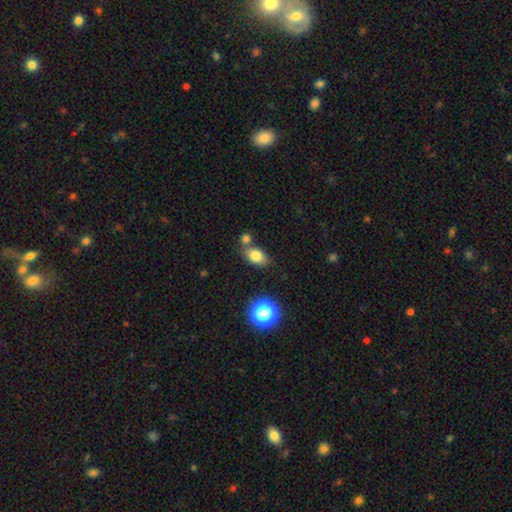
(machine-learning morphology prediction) Overall: smooth (80%). How rounded: in between (81%). Merging: none (57%; merger 24%).